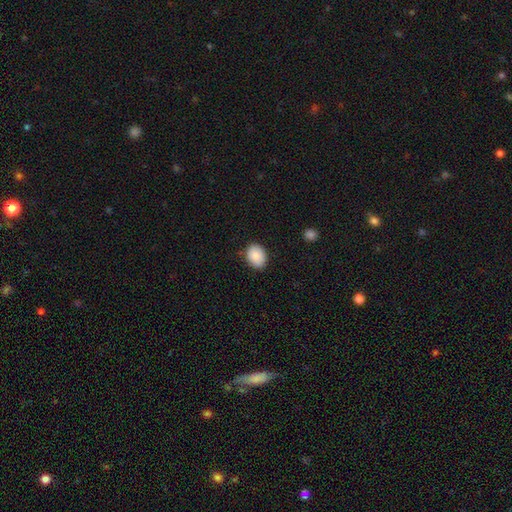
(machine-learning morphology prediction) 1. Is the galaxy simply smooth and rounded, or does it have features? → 89% smooth, 7% star or artifact, 5% featured or disk.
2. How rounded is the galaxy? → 63% in between, 36% round, 1% cigar-shaped.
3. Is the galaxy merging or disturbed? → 85% none, 12% minor disturbance, 2% major disturbance, 1% merger.